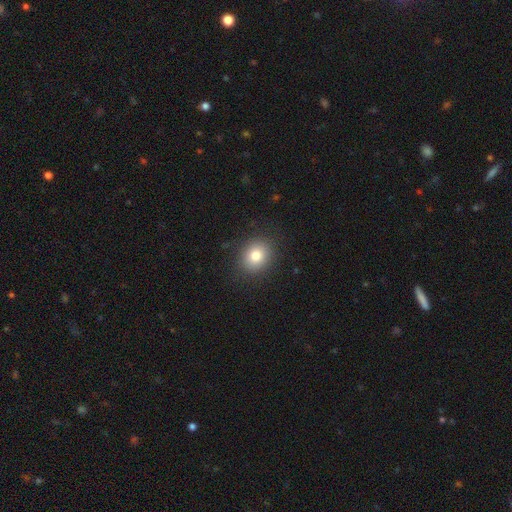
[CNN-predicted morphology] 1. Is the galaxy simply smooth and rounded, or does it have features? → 80% smooth, 11% star or artifact, 9% featured or disk.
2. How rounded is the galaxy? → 66% round, 33% in between, 1% cigar-shaped.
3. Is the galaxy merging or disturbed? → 88% none, 8% minor disturbance, 3% major disturbance, 1% merger.